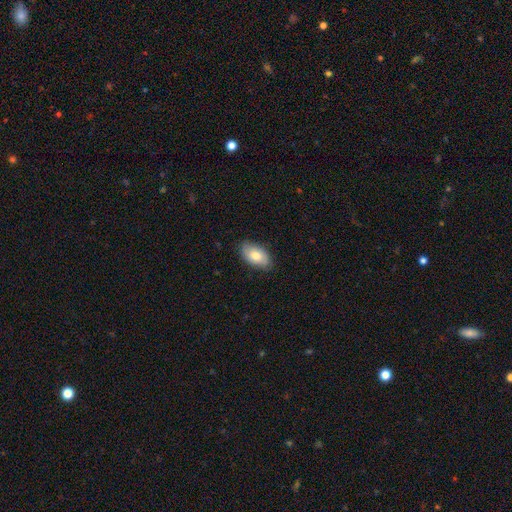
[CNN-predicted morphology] This appears to be a smooth galaxy with no disk features (76%) that is in between round and cigar-shaped (94%). Merging: none (83%).